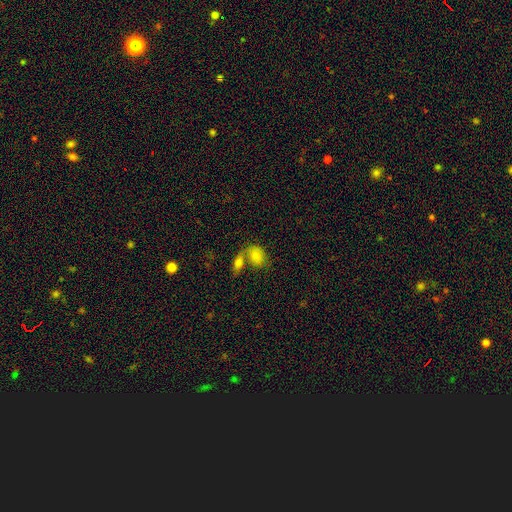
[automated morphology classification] A smooth galaxy with no disk features (76%) that is in between round and cigar-shaped (76%). Merging: merger (54%).